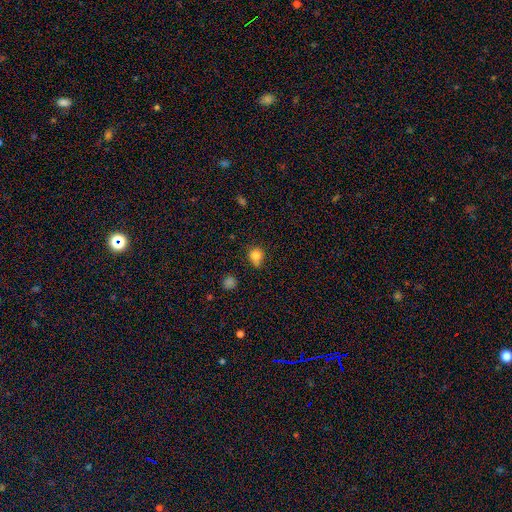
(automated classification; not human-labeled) A smooth galaxy with no disk features (81%) that is round (76%). Merging: none (60%).